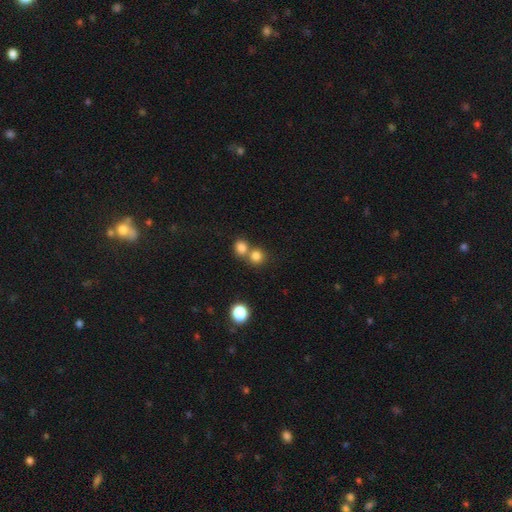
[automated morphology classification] smooth_or_featured: smooth (p=0.80) [alt: star or artifact p=0.13]
how_rounded: round (p=0.85) [alt: in between p=0.14]
merging: none (p=0.48) [alt: merger p=0.44]